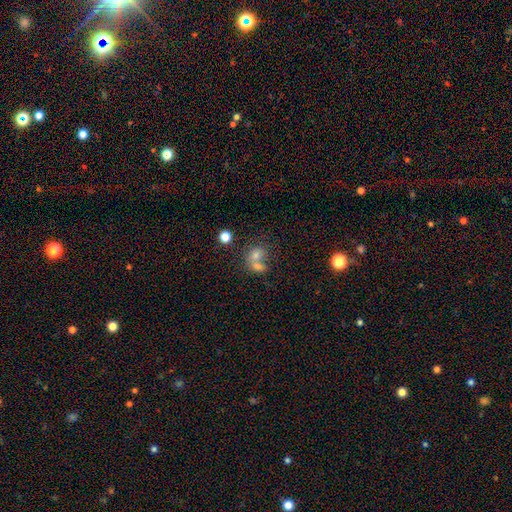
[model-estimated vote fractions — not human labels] Smooth or featured? Predicted: smooth (p=0.64). How rounded? Predicted: round (p=0.62). Merging? Predicted: merger (p=0.61).